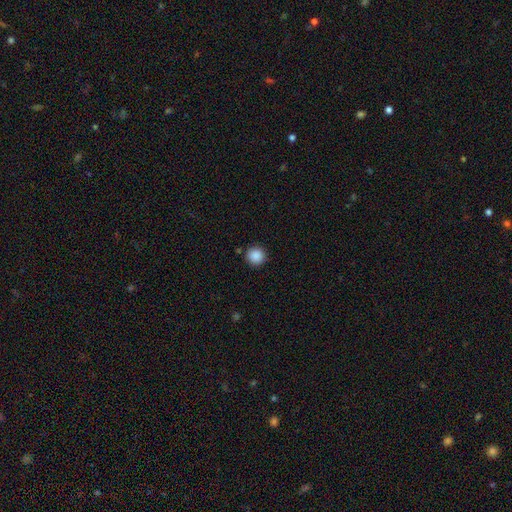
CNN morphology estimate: A smooth galaxy with no disk features (88%) that is round (94%). Merging: none (89%).